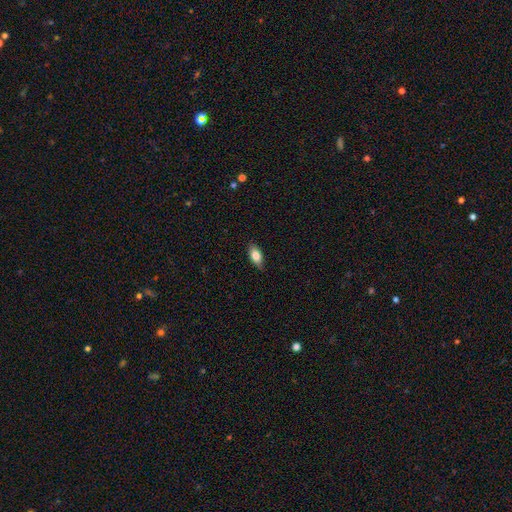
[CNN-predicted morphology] Smooth or featured? Predicted: smooth (p=0.80). How rounded? Predicted: in between (p=0.87). Merging? Predicted: none (p=0.84).